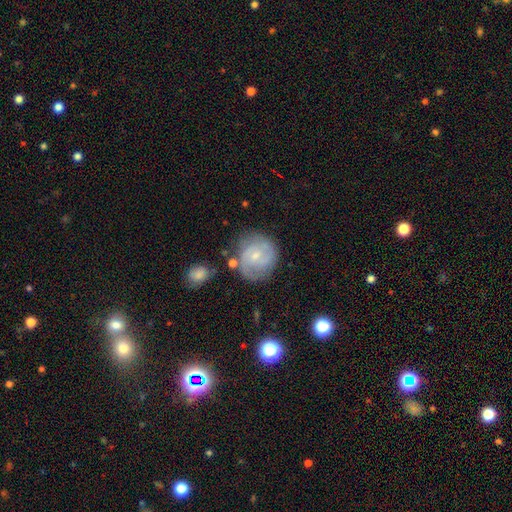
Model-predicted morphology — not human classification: smooth_or_featured: featured or disk (p=0.69) [alt: smooth p=0.24]
disk_edge_on: no (p=0.98) [alt: yes p=0.02]
bar: no (p=0.58) [alt: weak p=0.37]
has_spiral_arms: yes (p=0.89) [alt: no p=0.11]
spiral_winding: tight (p=0.48) [alt: medium p=0.39]
spiral_arm_count: 2 (p=0.55) [alt: can't tell p=0.23]
bulge_size: small (p=0.68) [alt: moderate p=0.27]
merging: none (p=0.69) [alt: minor disturbance p=0.19]